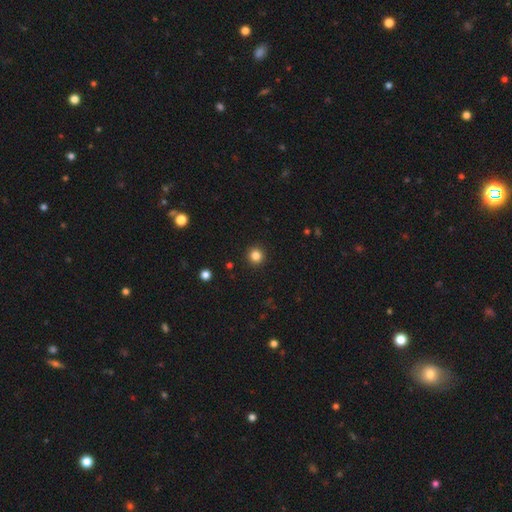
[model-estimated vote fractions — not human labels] Smooth or featured?
  - smooth: 84% *
  - star or artifact: 12%
  - featured or disk: 4%
How rounded?
  - round: 95% *
  - in between: 4%
  - cigar-shaped: 1%
Merging?
  - none: 93% *
  - minor disturbance: 4%
  - major disturbance: 2%
  - merger: 1%